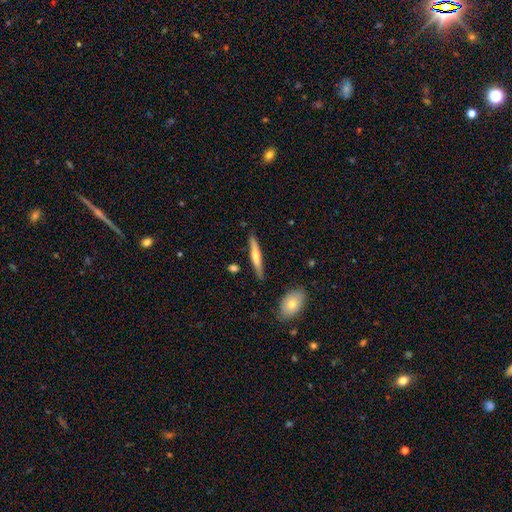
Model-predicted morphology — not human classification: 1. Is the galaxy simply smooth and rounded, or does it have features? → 53% smooth, 41% featured or disk, 6% star or artifact.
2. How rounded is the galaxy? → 92% cigar-shaped, 7% in between, 2% round.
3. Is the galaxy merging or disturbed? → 84% none, 11% minor disturbance, 2% merger, 2% major disturbance.